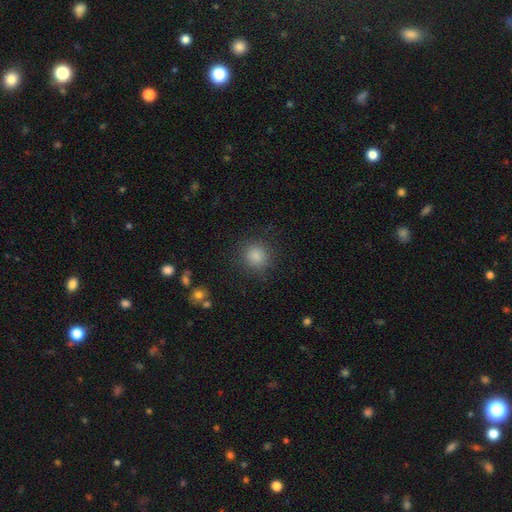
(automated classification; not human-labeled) smooth 80%, star or artifact 14%, featured or disk 5%. Down the decision tree: how rounded — round (93%); merging — none (87%).